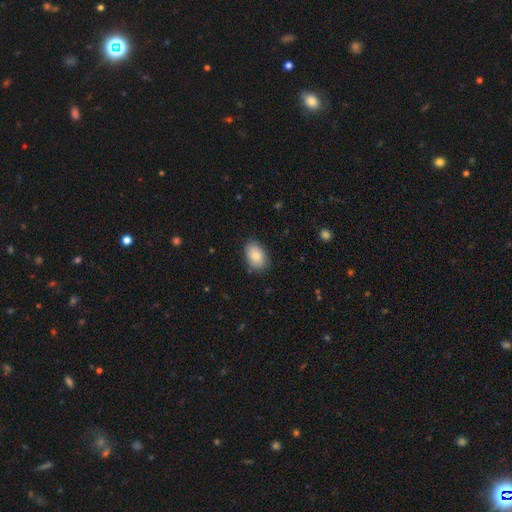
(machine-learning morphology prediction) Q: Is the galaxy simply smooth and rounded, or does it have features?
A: smooth — 84%.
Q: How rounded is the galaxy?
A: in between — 89%.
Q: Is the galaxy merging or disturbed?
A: none — 82%.